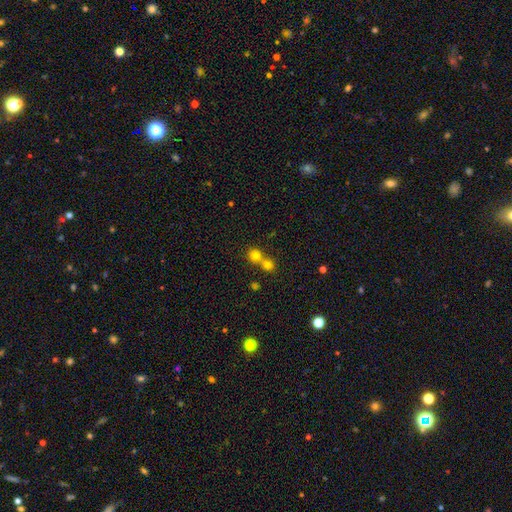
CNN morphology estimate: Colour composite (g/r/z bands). It shows a smooth galaxy with no disk features (75%) that is round (85%). Merging: merger (53%).